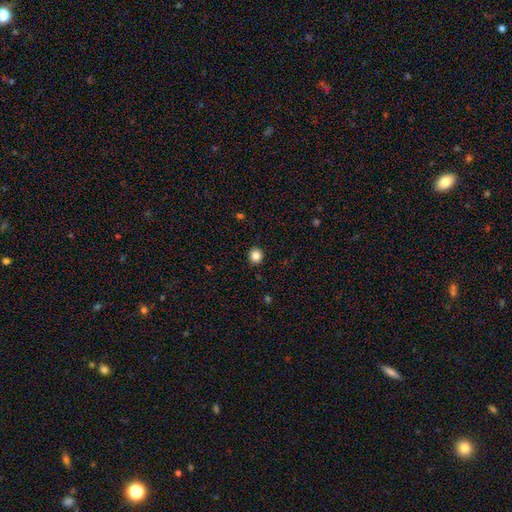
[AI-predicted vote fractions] Overall: smooth (86%). How rounded: round (87%). Merging: none (92%).